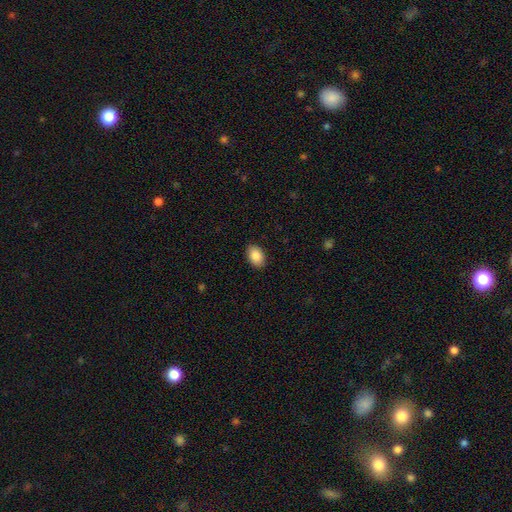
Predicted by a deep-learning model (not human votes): Smooth or featured? Predicted: smooth (p=0.88). How rounded? Predicted: in between (p=0.84). Merging? Predicted: none (p=0.90).